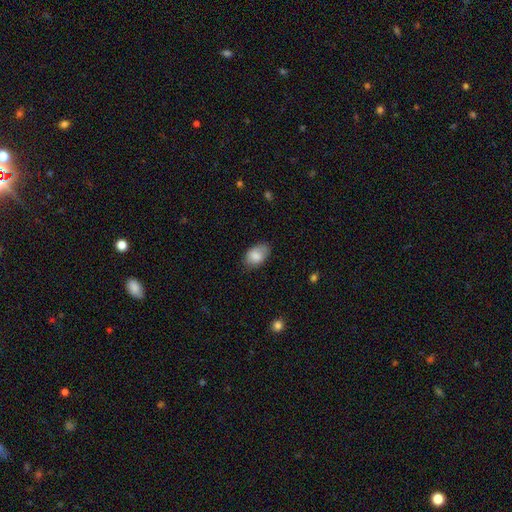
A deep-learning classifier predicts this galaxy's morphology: Overall: smooth (84%). How rounded: in between (87%). Merging: none (70%).